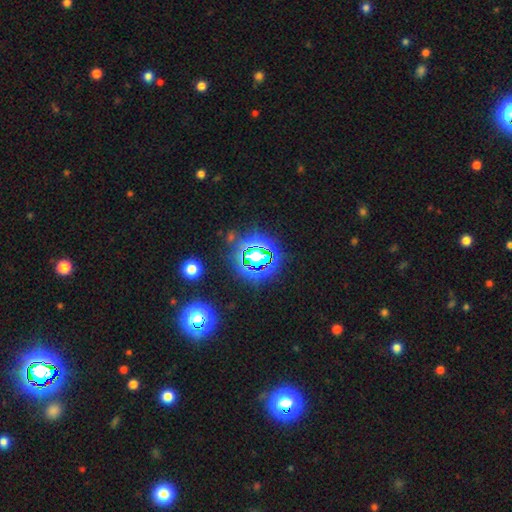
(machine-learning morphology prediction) A star or artifact, not a galaxy (66%).

Vote fractions:
- Smooth or featured? star or artifact: 66% / smooth: 22% / featured or disk: 12%